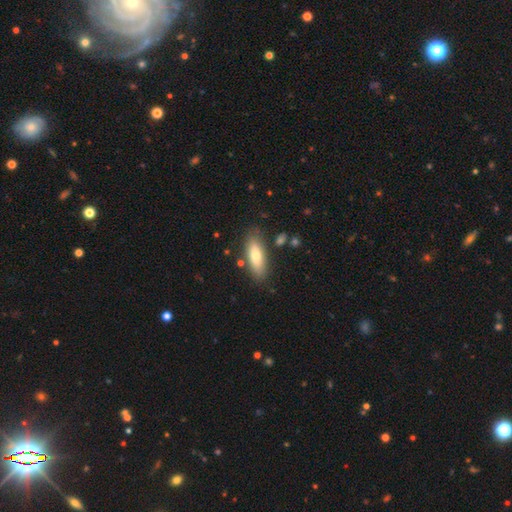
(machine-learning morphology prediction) This appears to be a smooth galaxy with no disk features (71%) that is in between round and cigar-shaped (65%). Merging: none (81%).